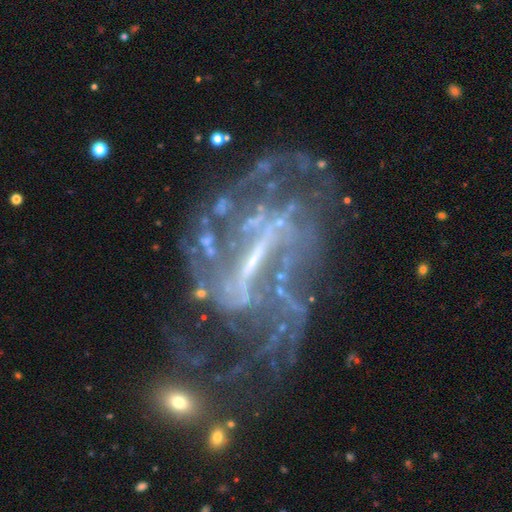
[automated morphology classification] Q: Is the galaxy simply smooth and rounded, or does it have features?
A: featured or disk — 84%.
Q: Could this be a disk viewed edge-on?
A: no — 95%.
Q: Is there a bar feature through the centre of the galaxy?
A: strong — 59%.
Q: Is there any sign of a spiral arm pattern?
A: yes — 80%.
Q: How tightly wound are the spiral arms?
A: medium — 39%.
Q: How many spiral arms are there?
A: can't tell — 43%.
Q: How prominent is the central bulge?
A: none — 41%.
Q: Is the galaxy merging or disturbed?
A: none — 44%.